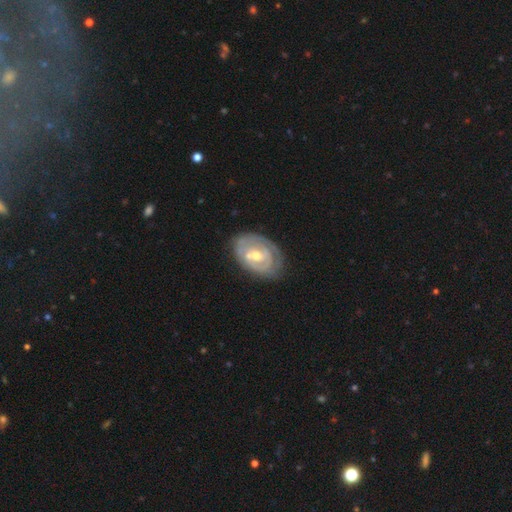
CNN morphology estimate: Smooth or featured: featured or disk — 77% (smooth — 18%)
Edge-on disk: no — 96% (yes — 4%)
Bar: weak — 44% (no — 40%)
Spiral arms: yes — 69% (no — 31%)
Spiral winding: tight — 70% (medium — 22%)
Spiral arm count: can't tell — 40% (2 — 36%)
Bulge size: moderate — 65% (small — 30%)
Merging: none — 68% (minor disturbance — 22%)